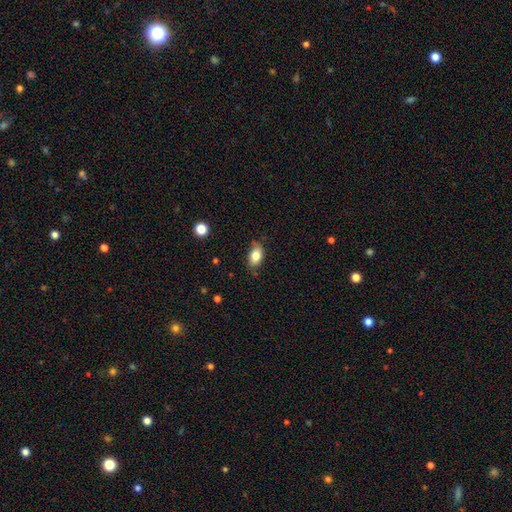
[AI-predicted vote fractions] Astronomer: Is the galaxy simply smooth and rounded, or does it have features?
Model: smooth — 80%.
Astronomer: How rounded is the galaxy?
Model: in between — 88%.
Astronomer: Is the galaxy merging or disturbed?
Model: none — 72%.